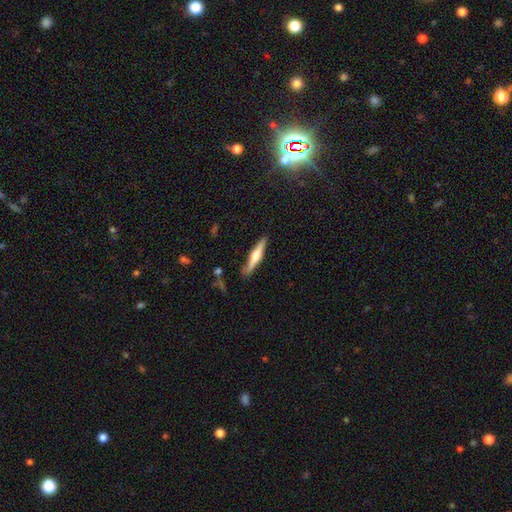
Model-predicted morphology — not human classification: smooth_or_featured: featured or disk (p=0.57) [alt: smooth p=0.38]
disk_edge_on: yes (p=0.97) [alt: no p=0.03]
edge_on_bulge: rounded (p=0.89) [alt: boxy p=0.07]
merging: none (p=0.87) [alt: minor disturbance p=0.10]